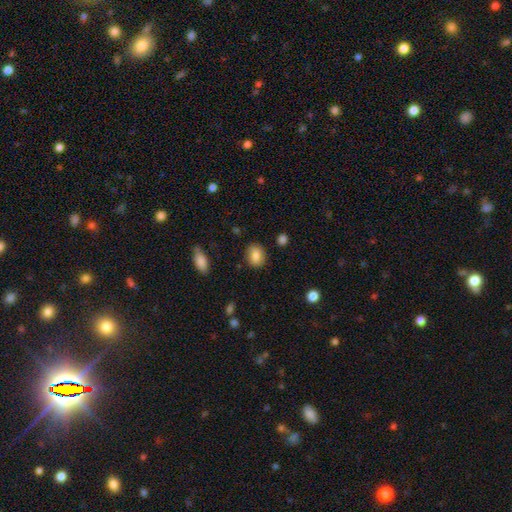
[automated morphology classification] Smooth or featured? smooth (83%)
How rounded? in between (57%)
Merging? none (85%)